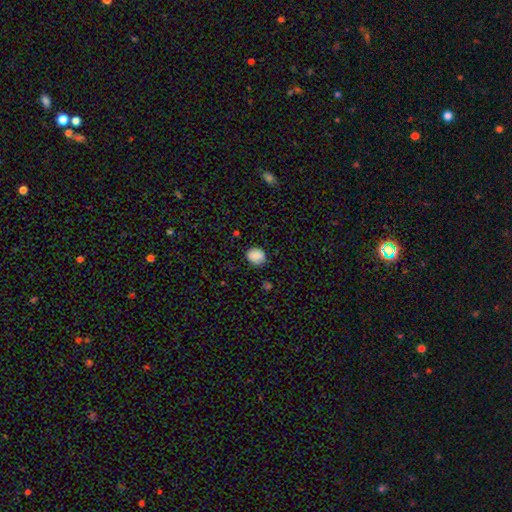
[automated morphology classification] Smooth or featured: smooth — 85% (star or artifact — 9%)
How rounded: round — 60% (in between — 39%)
Merging: none — 77% (minor disturbance — 18%)